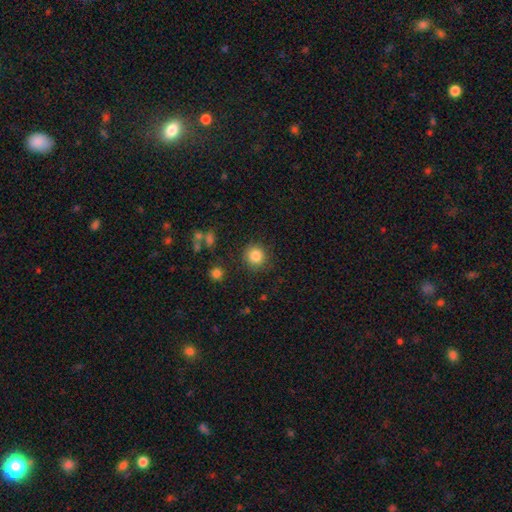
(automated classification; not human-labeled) smooth 84%, star or artifact 11%, featured or disk 6%. Down the decision tree: how rounded — round (91%); merging — none (87%).